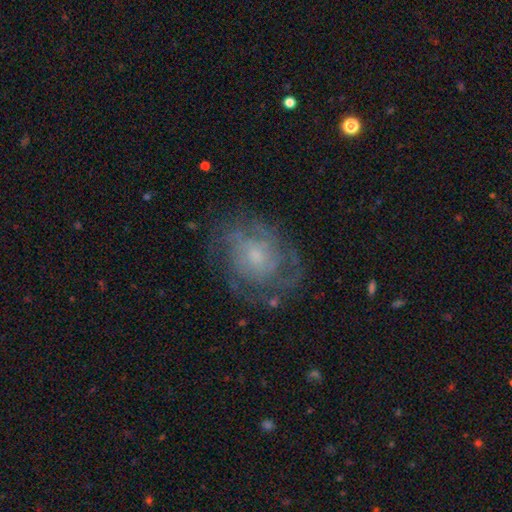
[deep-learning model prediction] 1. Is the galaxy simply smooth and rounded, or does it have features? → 74% featured or disk, 17% smooth, 8% star or artifact.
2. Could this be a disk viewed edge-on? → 97% no, 3% yes.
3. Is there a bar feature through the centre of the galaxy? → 73% no, 24% weak, 3% strong.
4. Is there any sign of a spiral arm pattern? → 84% yes, 16% no.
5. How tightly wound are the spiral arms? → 54% tight, 35% medium, 11% loose.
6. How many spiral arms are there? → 46% can't tell, 17% 2, 17% 3, 10% 4, 5% more than 4, 5% 1.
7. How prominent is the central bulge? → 57% small, 30% moderate, 8% none, 3% large, 1% dominant.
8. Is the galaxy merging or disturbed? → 70% none, 18% minor disturbance, 11% major disturbance, 1% merger.